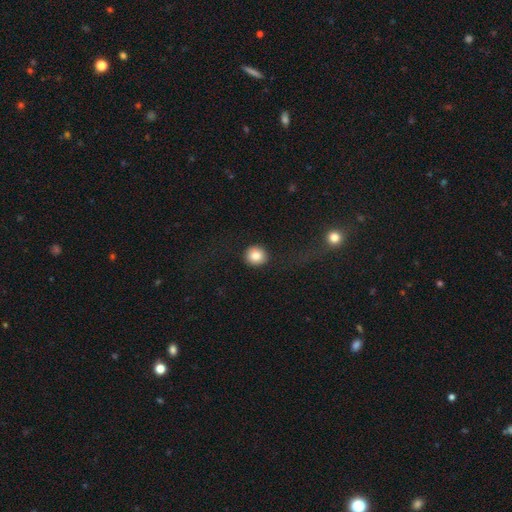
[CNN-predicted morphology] This is clearly a smooth galaxy (84%). How rounded: clearly round (91%). Merging: clearly none (89%).